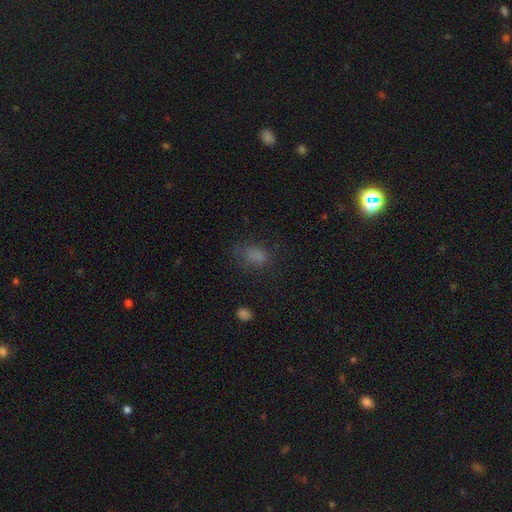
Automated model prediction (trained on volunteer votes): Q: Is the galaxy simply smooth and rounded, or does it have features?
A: smooth — 73%.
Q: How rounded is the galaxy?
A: in between — 75%.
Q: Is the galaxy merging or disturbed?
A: none — 57%.